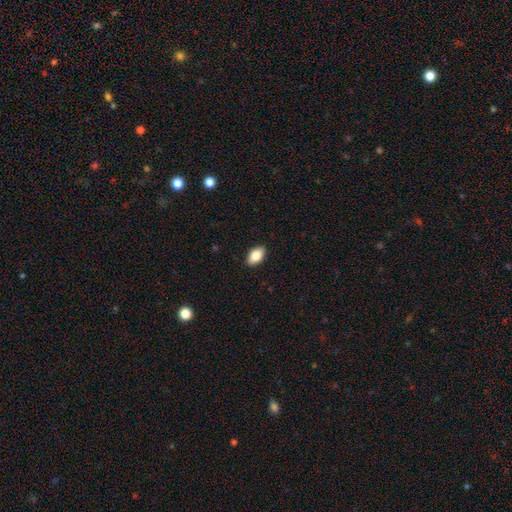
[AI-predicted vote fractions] Overall: smooth (82%). How rounded: in between (92%). Merging: none (90%).